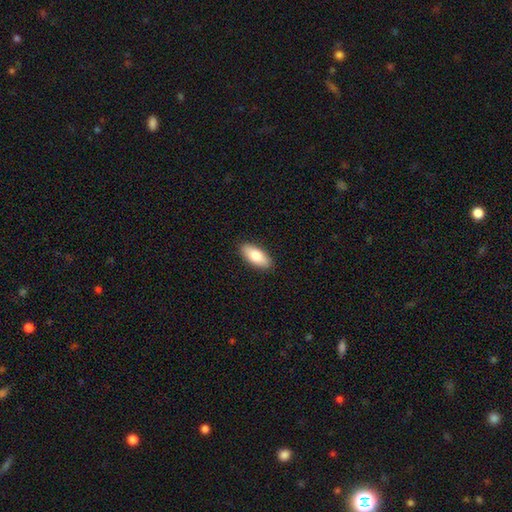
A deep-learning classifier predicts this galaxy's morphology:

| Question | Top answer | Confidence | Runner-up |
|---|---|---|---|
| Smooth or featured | smooth | 79% | featured or disk (15%) |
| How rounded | in between | 85% | cigar-shaped (13%) |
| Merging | none | 90% | minor disturbance (7%) |